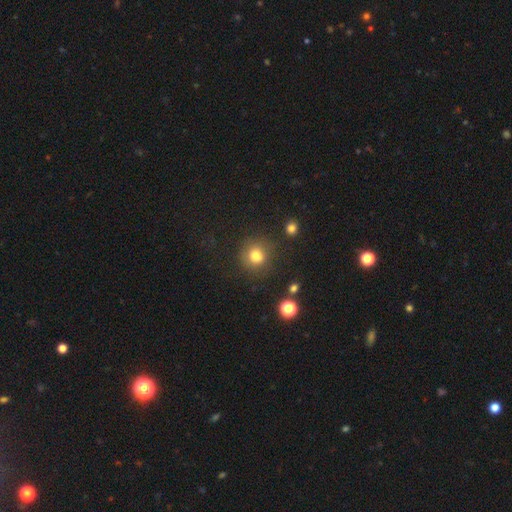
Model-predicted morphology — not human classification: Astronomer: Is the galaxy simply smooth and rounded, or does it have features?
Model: smooth — 80%.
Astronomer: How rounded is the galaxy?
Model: round — 83%.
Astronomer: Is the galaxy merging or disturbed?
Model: none — 78%.